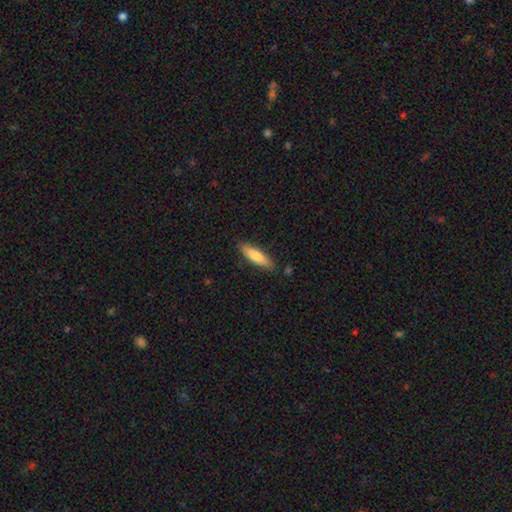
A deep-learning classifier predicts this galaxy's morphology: A smooth galaxy with no disk features (77%) that is cigar-shaped (67%). Merging: none (85%).